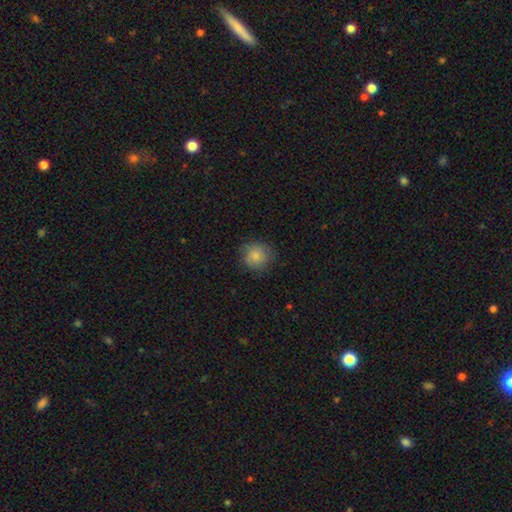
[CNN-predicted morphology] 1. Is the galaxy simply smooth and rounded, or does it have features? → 84% smooth, 8% star or artifact, 7% featured or disk.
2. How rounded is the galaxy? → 90% round, 9% in between, 1% cigar-shaped.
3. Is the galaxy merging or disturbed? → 80% none, 15% minor disturbance, 4% major disturbance, 1% merger.